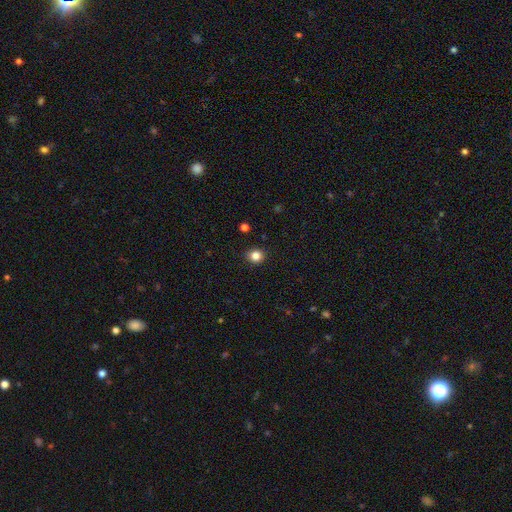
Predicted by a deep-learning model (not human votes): The model was most divided on "how rounded": round: 84%, in between: 16%, cigar-shaped: 1%. More confident: merging — none (90%); smooth or featured — smooth (83%).